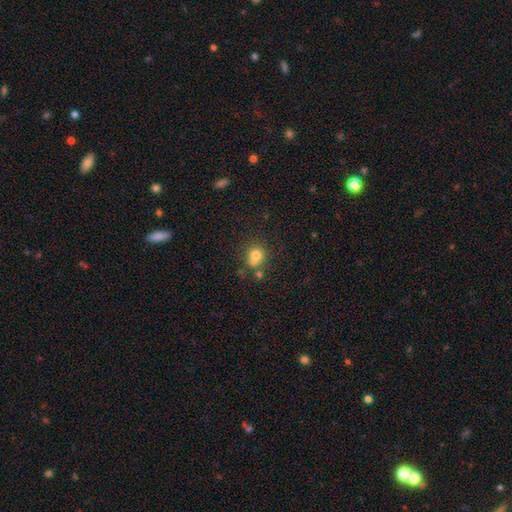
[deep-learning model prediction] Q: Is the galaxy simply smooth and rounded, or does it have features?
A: smooth — 72%.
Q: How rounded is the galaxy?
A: round — 85%.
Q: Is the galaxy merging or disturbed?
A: none — 48%.